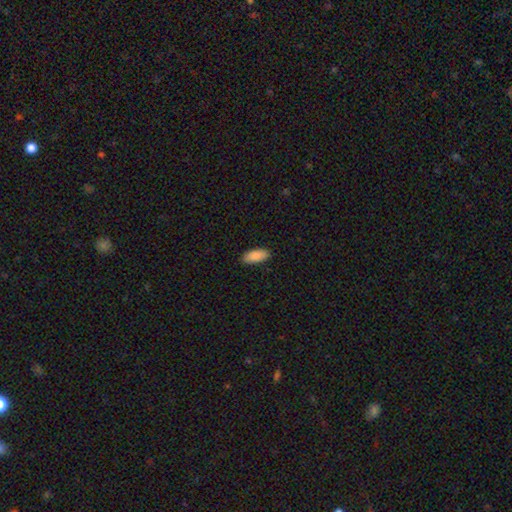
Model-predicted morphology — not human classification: Smooth or featured: smooth — 90% (star or artifact — 6%)
How rounded: in between — 87% (cigar-shaped — 11%)
Merging: none — 89% (minor disturbance — 9%)